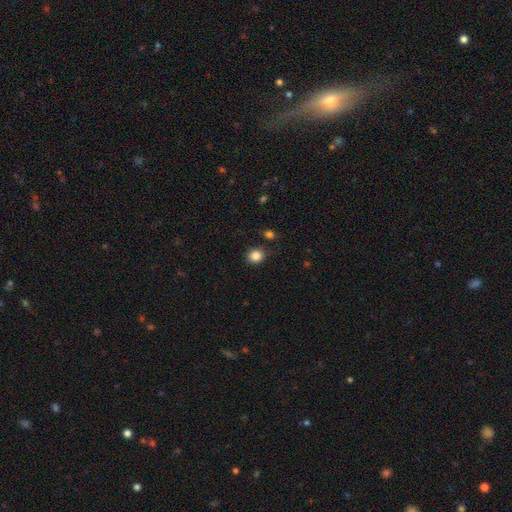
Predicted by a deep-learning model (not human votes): Overall: smooth (84%). How rounded: round (78%). Merging: none (84%).